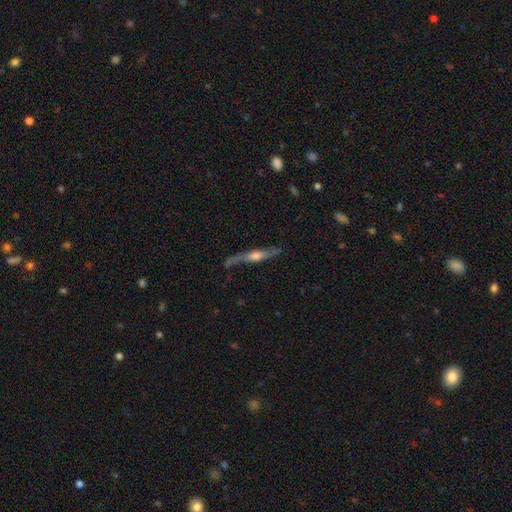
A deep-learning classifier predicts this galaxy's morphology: Q: Smooth or featured?
A: featured or disk (75%); runner-up: smooth (19%)
Q: Edge-on disk?
A: yes (78%); runner-up: no (22%)
Q: Edge-on bulge?
A: rounded (78%); runner-up: boxy (12%)
Q: Merging?
A: none (67%); runner-up: minor disturbance (21%)